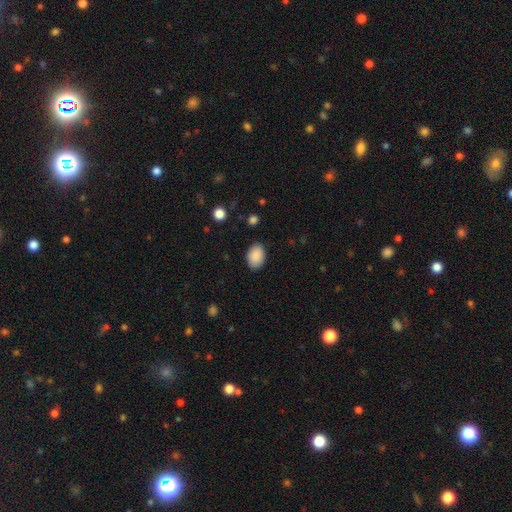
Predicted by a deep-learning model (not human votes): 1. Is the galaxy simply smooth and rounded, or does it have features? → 90% smooth, 7% star or artifact, 3% featured or disk.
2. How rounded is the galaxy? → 85% in between, 14% round, 1% cigar-shaped.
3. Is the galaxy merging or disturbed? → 87% none, 10% minor disturbance, 2% major disturbance, 1% merger.